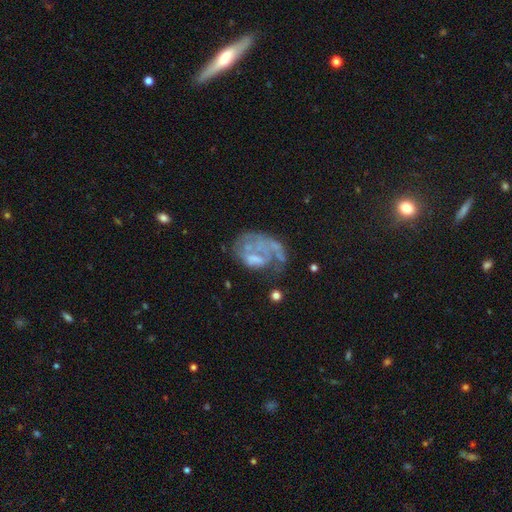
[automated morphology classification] Smooth or featured? featured or disk (65%)
Edge-on disk? no (98%)
Bar? no (79%)
Spiral arms? no (63%)
Bulge size? none (65%)
Merging? major disturbance (43%)